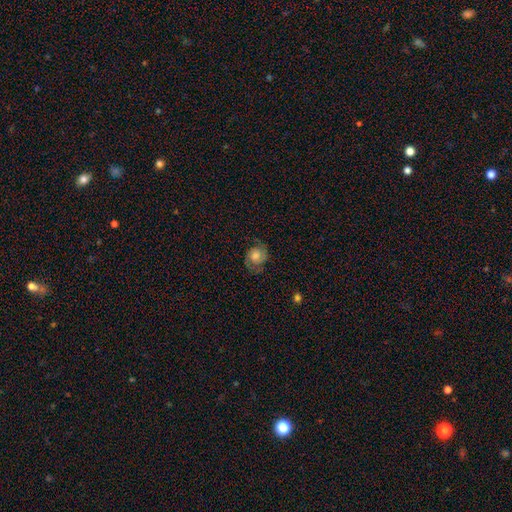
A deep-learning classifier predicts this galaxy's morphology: Smooth or featured?
  - featured or disk: 64% *
  - smooth: 27%
  - star or artifact: 9%
Edge-on disk?
  - no: 97% *
  - yes: 3%
Bar?
  - no: 74% *
  - weak: 22%
  - strong: 4%
Spiral arms?
  - yes: 93% *
  - no: 7%
Spiral winding?
  - medium: 45% *
  - tight: 39%
  - loose: 17%
Spiral arm count?
  - 2: 86% *
  - can't tell: 6%
  - 1: 3%
  - 3: 2%
  - 4: 1%
  - more than 4: 1%
Bulge size?
  - moderate: 48% *
  - large: 24%
  - small: 18%
  - none: 7%
  - dominant: 3%
Merging?
  - none: 74% *
  - minor disturbance: 17%
  - major disturbance: 8%
  - merger: 1%